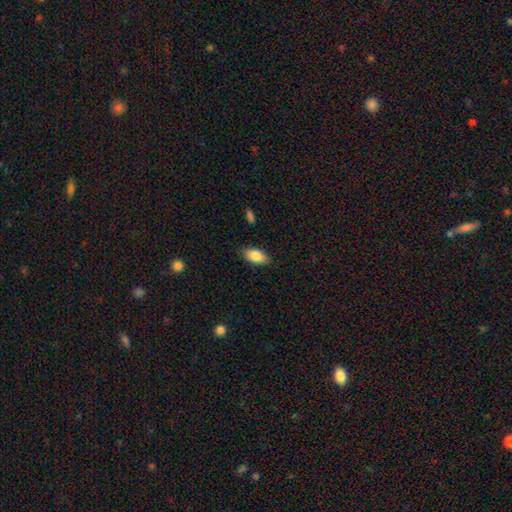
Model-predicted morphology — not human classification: A smooth galaxy with no disk features (85%) that is in between round and cigar-shaped (92%).

Vote fractions:
- Smooth or featured? smooth: 85% / featured or disk: 8% / star or artifact: 7%
- How rounded? in between: 92% / cigar-shaped: 5% / round: 3%
- Merging? none: 85% / minor disturbance: 11% / major disturbance: 2% / merger: 1%